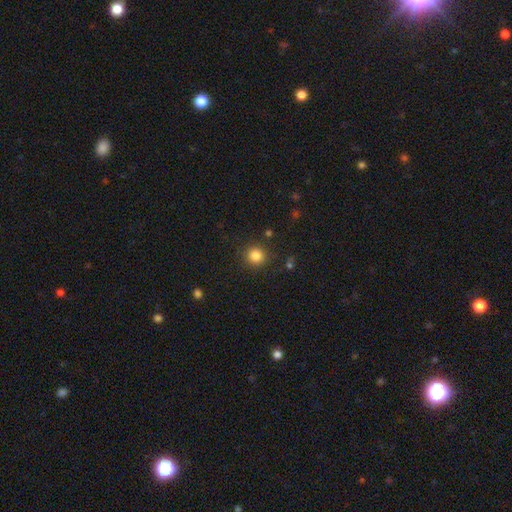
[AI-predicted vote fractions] smooth_or_featured: smooth (p=0.84) [alt: star or artifact p=0.12]
how_rounded: round (p=0.93) [alt: in between p=0.06]
merging: none (p=0.90) [alt: minor disturbance p=0.06]